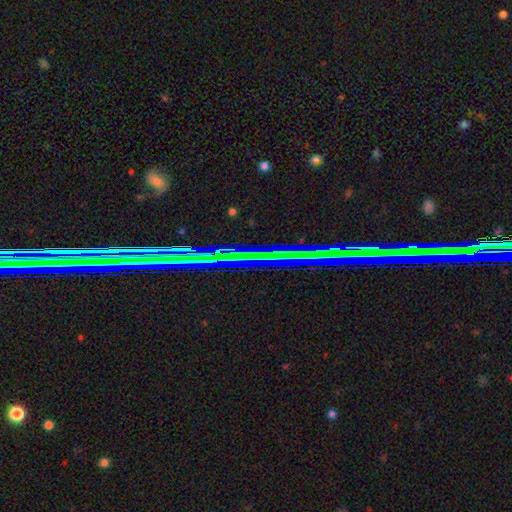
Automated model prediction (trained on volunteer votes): Q: Smooth or featured?
A: star or artifact (70%); runner-up: featured or disk (16%)